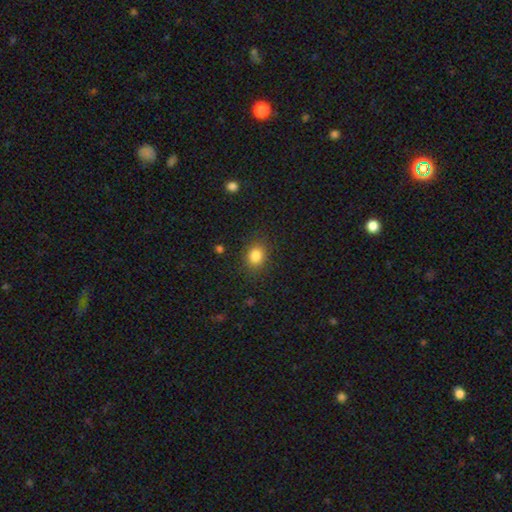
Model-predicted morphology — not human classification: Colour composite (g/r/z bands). It shows a smooth galaxy with no disk features (85%) that is round (52%). Merging: none (85%).